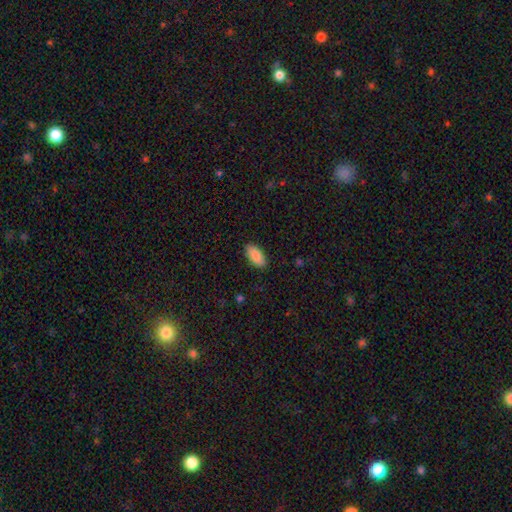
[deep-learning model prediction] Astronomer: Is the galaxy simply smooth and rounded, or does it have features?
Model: smooth — 88%.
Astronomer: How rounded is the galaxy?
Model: in between — 92%.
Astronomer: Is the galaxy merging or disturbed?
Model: none — 89%.